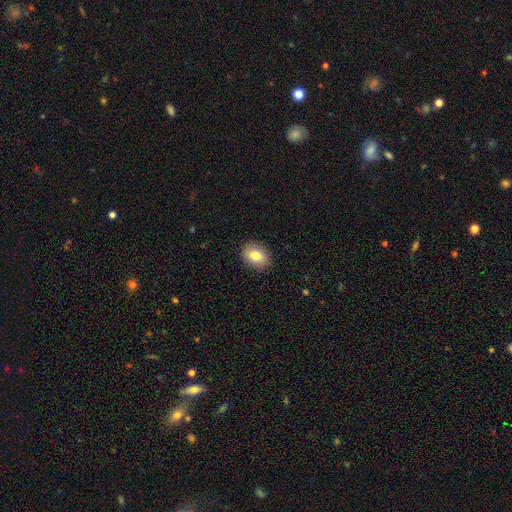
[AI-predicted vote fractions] smooth 80%, featured or disk 12%, star or artifact 8%. Down the decision tree: how rounded — in between (58%); merging — none (89%).